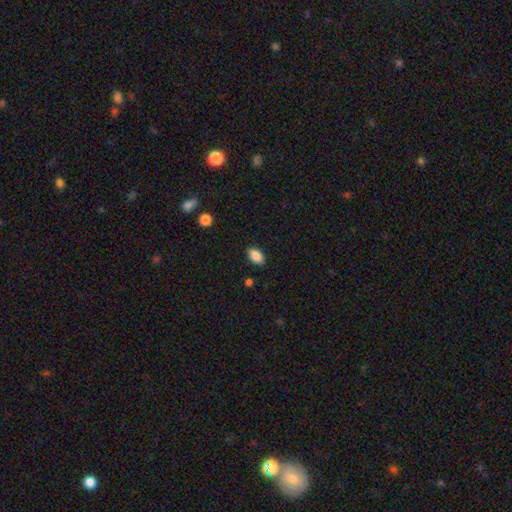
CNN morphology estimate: smooth 87%, star or artifact 8%, featured or disk 5%. Down the decision tree: how rounded — in between (92%); merging — none (88%).